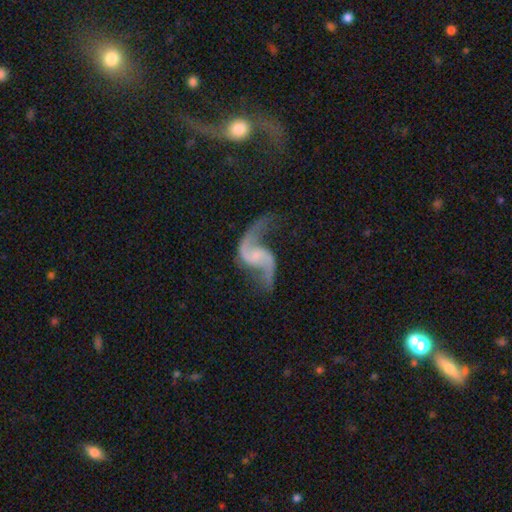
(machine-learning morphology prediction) Smooth or featured: featured or disk — 92% (star or artifact — 4%)
Edge-on disk: no — 98% (yes — 2%)
Bar: no — 46% (weak — 41%)
Spiral arms: yes — 97% (no — 3%)
Spiral winding: loose — 83% (medium — 14%)
Spiral arm count: 2 — 93% (1 — 2%)
Bulge size: none — 42% (small — 38%)
Merging: none — 67% (minor disturbance — 16%)